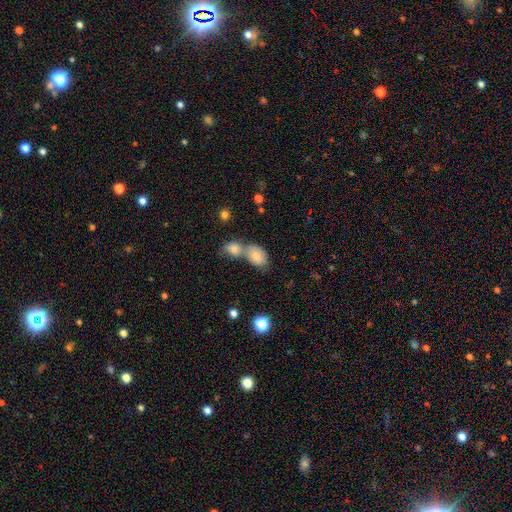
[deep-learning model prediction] Smooth or featured: smooth — 81% (featured or disk — 11%)
How rounded: in between — 78% (round — 20%)
Merging: merger — 60% (none — 28%)